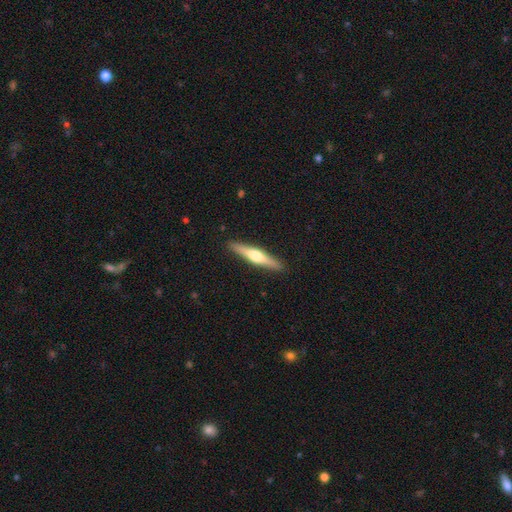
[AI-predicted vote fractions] This appears to be a featured or disk galaxy (60%) viewed edge-on (97%) with a rounded central bulge (90%). Merging: none (91%).